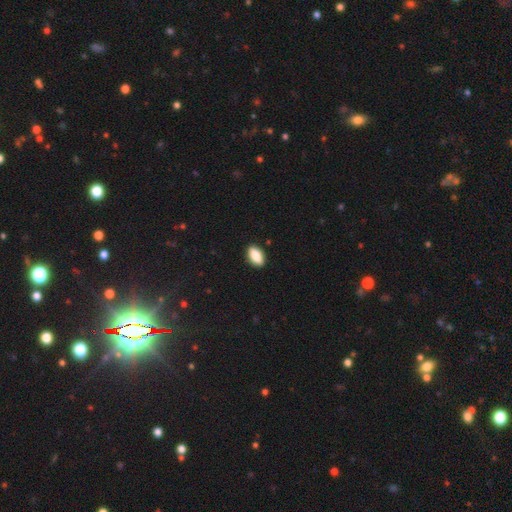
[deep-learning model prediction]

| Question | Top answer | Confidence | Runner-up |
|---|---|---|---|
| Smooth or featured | smooth | 85% | featured or disk (8%) |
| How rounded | in between | 90% | cigar-shaped (6%) |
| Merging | none | 89% | minor disturbance (9%) |